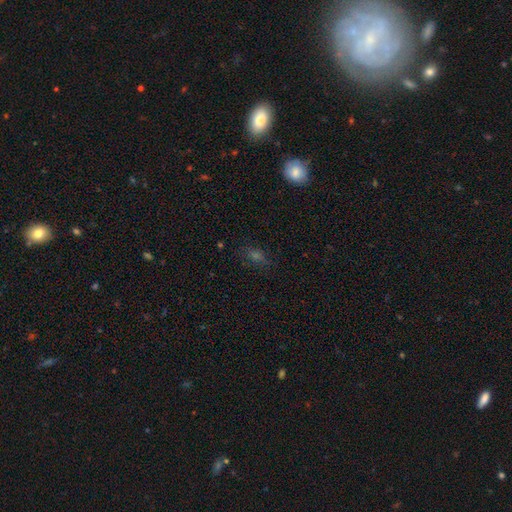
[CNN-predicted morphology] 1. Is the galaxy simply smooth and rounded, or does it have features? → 48% smooth, 34% star or artifact, 18% featured or disk.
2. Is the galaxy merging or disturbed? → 77% none, 14% minor disturbance, 7% major disturbance, 2% merger.